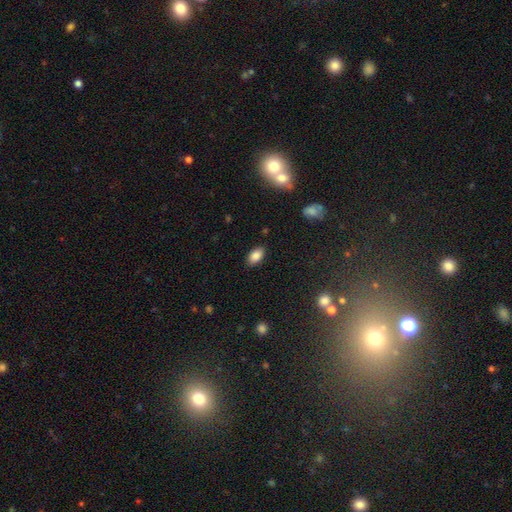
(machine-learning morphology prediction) Q: Smooth or featured?
A: smooth (85%); runner-up: star or artifact (9%)
Q: How rounded?
A: in between (91%); runner-up: round (7%)
Q: Merging?
A: none (87%); runner-up: minor disturbance (10%)